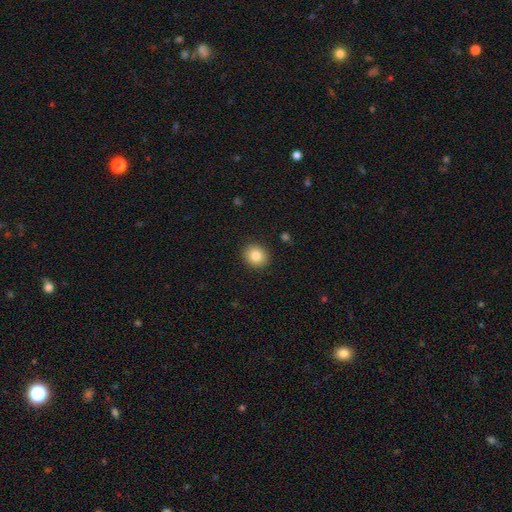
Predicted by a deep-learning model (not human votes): This appears to be a smooth galaxy with no disk features (84%) that is round (80%). Merging: none (91%).